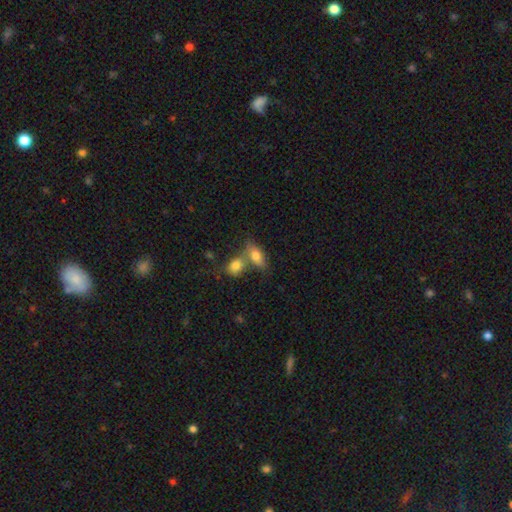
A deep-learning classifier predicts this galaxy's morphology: smooth_or_featured: smooth (p=0.78) [alt: featured or disk p=0.14]
how_rounded: in between (p=0.86) [alt: cigar-shaped p=0.07]
merging: merger (p=0.51) [alt: none p=0.33]